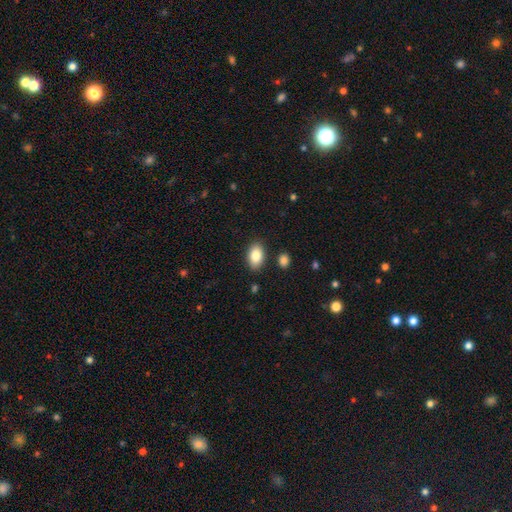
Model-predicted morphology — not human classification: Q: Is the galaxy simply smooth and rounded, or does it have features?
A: smooth — 86%.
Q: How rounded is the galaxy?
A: in between — 91%.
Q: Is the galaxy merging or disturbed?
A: none — 86%.